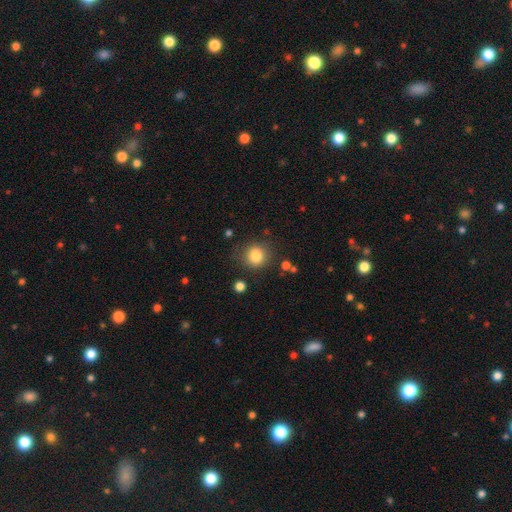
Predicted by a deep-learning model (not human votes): Q: Smooth or featured?
A: smooth (83%); runner-up: star or artifact (11%)
Q: How rounded?
A: round (86%); runner-up: in between (13%)
Q: Merging?
A: none (81%); runner-up: minor disturbance (12%)